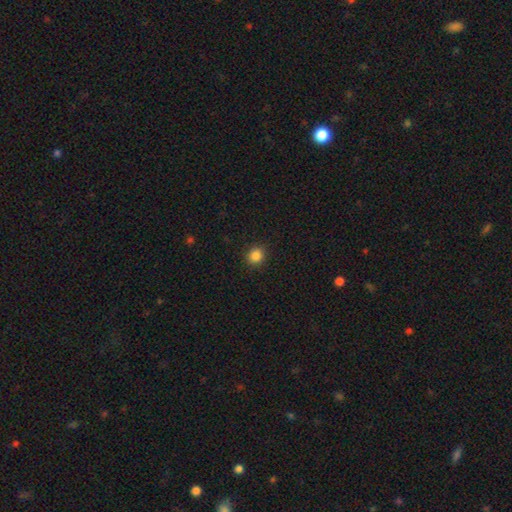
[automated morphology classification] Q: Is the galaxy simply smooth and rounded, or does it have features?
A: smooth — 85%.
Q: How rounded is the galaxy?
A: round — 86%.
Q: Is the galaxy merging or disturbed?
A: none — 91%.